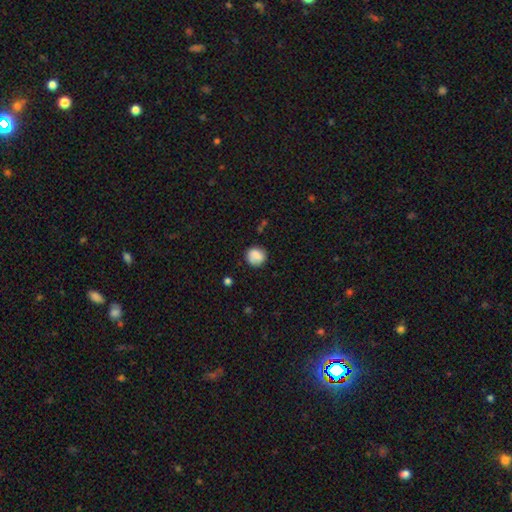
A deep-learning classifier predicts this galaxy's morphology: The model was most divided on "merging": none: 78%, minor disturbance: 15%, major disturbance: 4%, merger: 2%. More confident: how rounded — round (85%); smooth or featured — smooth (81%).